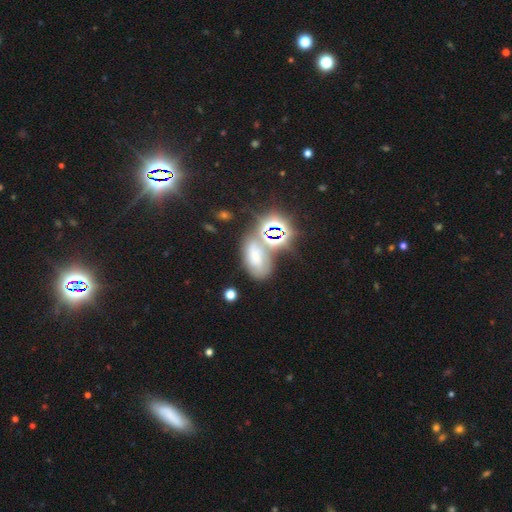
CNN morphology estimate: Q: Smooth or featured?
A: smooth (41%); runner-up: star or artifact (36%)
Q: Merging?
A: none (46%); runner-up: merger (22%)